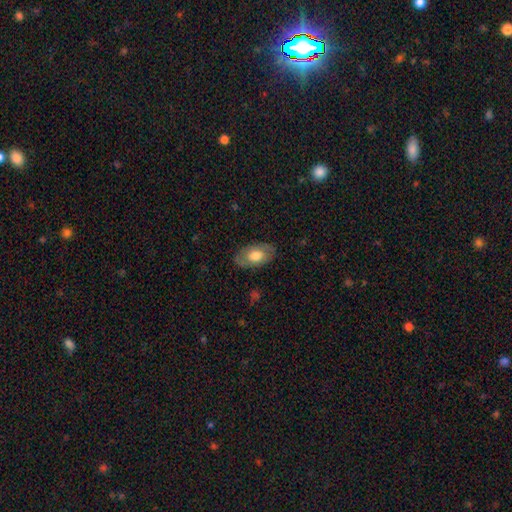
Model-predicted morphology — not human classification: The model was most divided on "smooth or featured": smooth: 66%, featured or disk: 28%, star or artifact: 6%. More confident: how rounded — in between (92%); merging — none (81%).